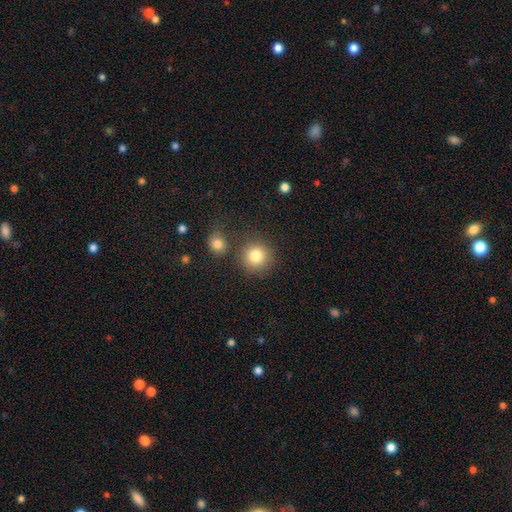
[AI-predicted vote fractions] A smooth galaxy with no disk features (83%) that is round (93%). Merging: none (79%).